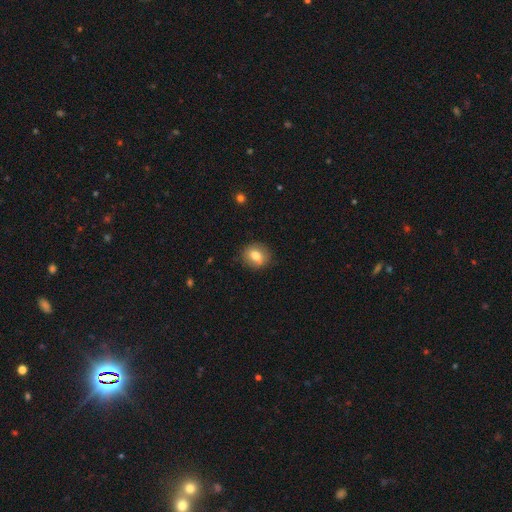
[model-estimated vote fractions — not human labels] smooth-or-featured: smooth: 75% | featured or disk: 16% | star or artifact: 9%
  how-rounded: round: 66% | in between: 33% | cigar-shaped: 1%
  merging: none: 86% | minor disturbance: 10% | major disturbance: 3% | merger: 1%